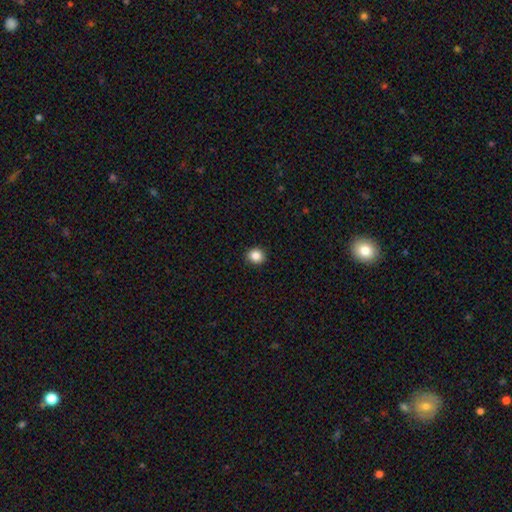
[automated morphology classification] The model was most divided on "how rounded": round: 81%, in between: 18%, cigar-shaped: 1%. More confident: merging — none (92%); smooth or featured — smooth (86%).